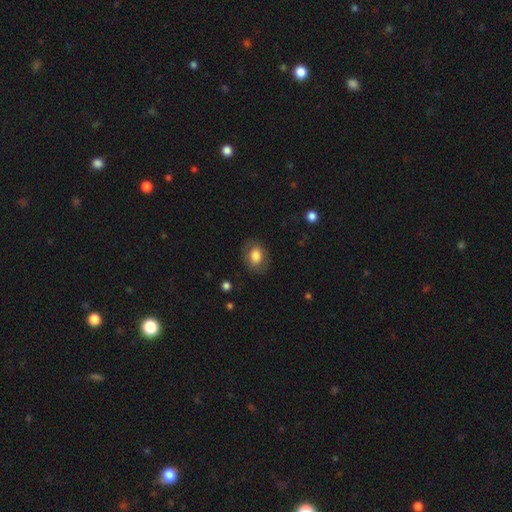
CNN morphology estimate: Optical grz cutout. It shows a smooth galaxy with no disk features (75%) that is in between round and cigar-shaped (59%). Merging: none (81%).